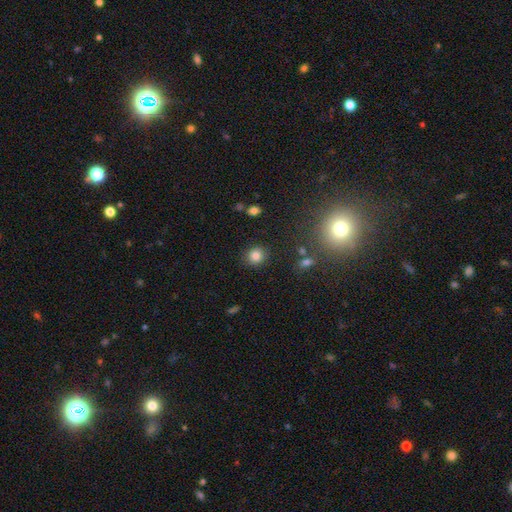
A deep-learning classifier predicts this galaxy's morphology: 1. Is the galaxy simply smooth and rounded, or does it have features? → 83% smooth, 11% star or artifact, 6% featured or disk.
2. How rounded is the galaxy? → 85% round, 15% in between, 1% cigar-shaped.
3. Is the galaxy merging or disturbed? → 88% none, 7% minor disturbance, 3% major disturbance, 2% merger.